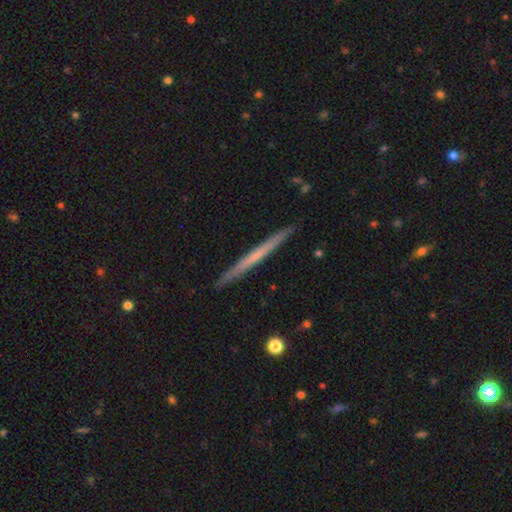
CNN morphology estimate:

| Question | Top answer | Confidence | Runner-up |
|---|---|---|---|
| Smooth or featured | featured or disk | 55% | smooth (39%) |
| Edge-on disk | yes | 98% | no (2%) |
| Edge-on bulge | none | 82% | rounded (14%) |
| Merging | none | 92% | minor disturbance (6%) |